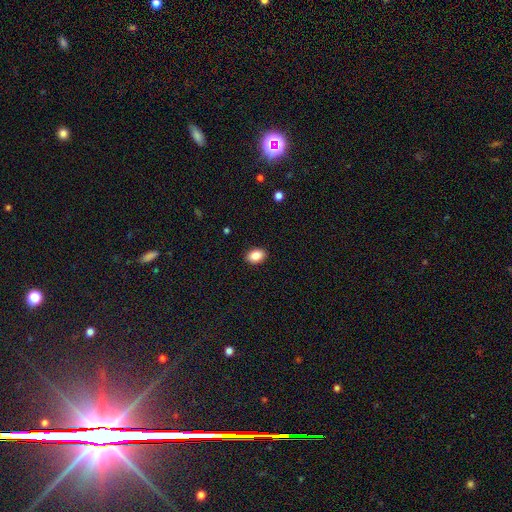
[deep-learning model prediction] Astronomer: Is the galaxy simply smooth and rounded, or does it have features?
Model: smooth — 86%.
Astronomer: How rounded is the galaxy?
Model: in between — 81%.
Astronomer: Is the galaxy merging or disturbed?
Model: none — 90%.